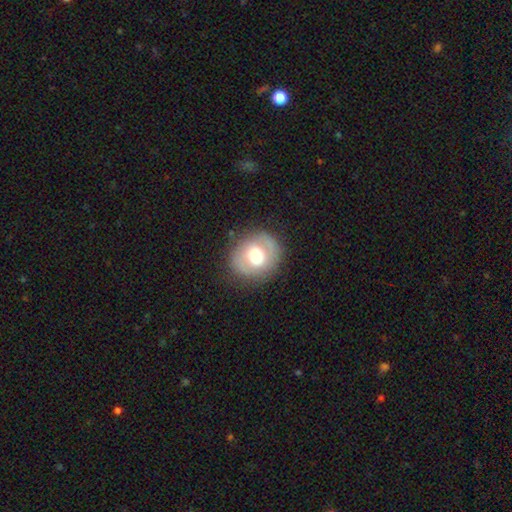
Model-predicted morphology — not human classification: Overall: featured or disk (48%; smooth 44%). Merging: none (81%).